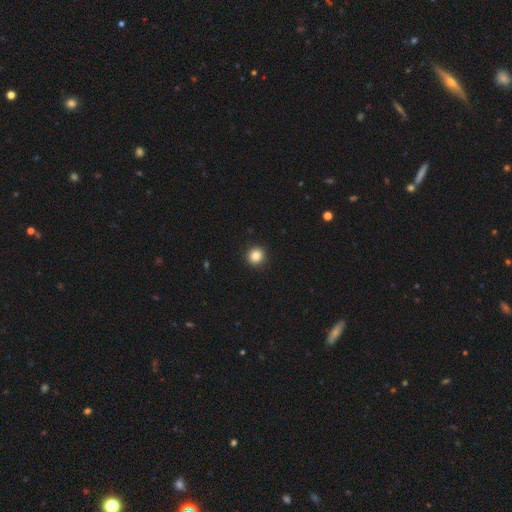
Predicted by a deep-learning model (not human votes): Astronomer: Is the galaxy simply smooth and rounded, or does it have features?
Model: smooth — 85%.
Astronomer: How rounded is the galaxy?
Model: round — 91%.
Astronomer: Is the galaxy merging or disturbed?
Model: none — 93%.